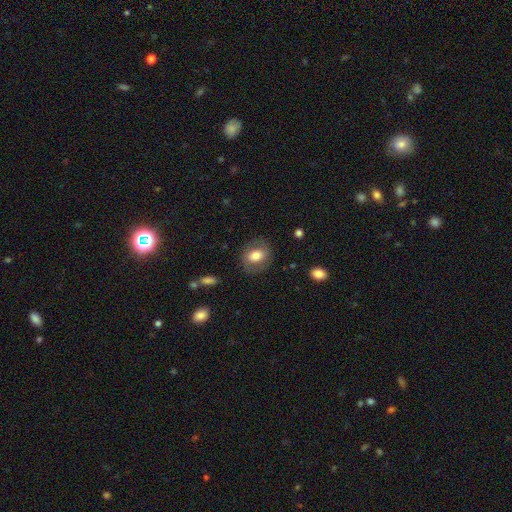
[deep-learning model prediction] This appears to be a smooth galaxy with no disk features (66%) that is in between round and cigar-shaped (55%). Merging: none (80%).